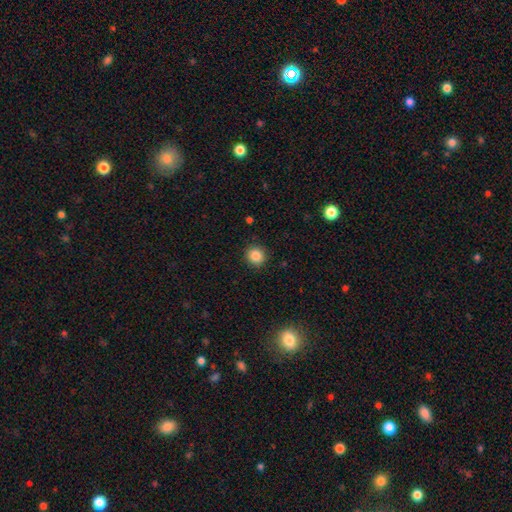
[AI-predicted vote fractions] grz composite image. It shows a smooth galaxy with no disk features (86%) that is round (91%). Merging: none (91%).